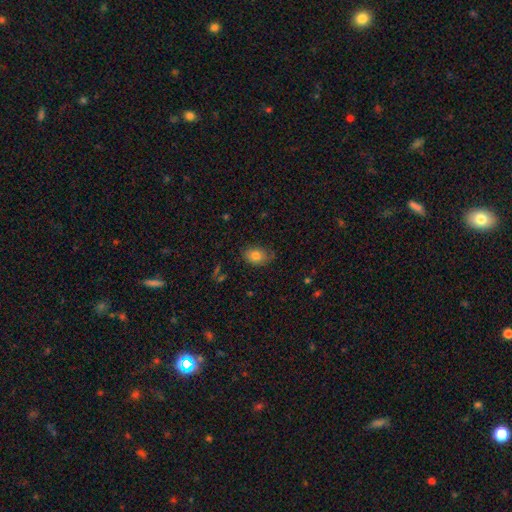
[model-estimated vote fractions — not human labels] Overall: smooth (78%). How rounded: in between (73%). Merging: none (68%).